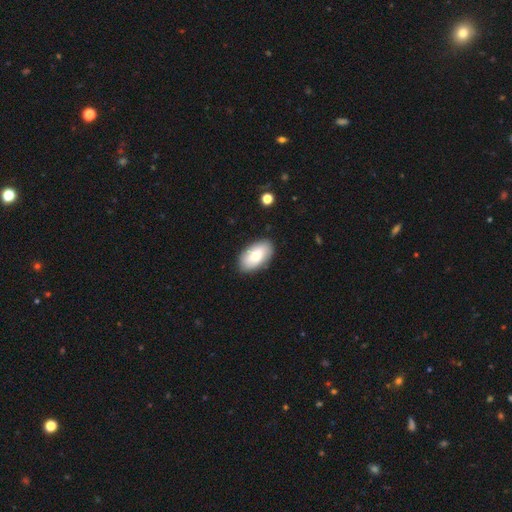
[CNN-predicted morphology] This appears to be a smooth galaxy with no disk features (81%) that is in between round and cigar-shaped (95%). Merging: none (86%).